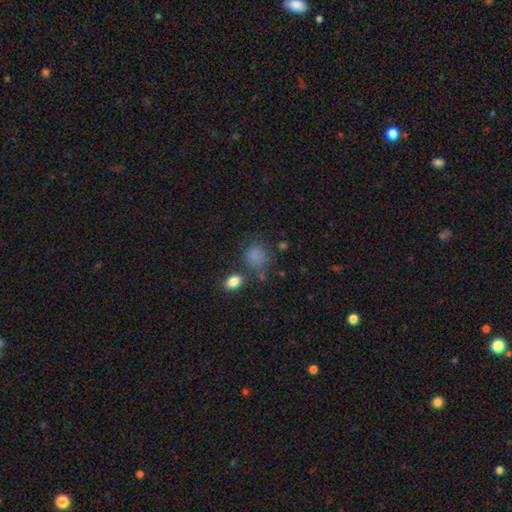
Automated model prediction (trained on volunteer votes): Smooth or featured?
  - smooth: 80% *
  - star or artifact: 13%
  - featured or disk: 7%
How rounded?
  - round: 65% *
  - in between: 34%
  - cigar-shaped: 1%
Merging?
  - none: 62% *
  - minor disturbance: 21%
  - major disturbance: 10%
  - merger: 7%